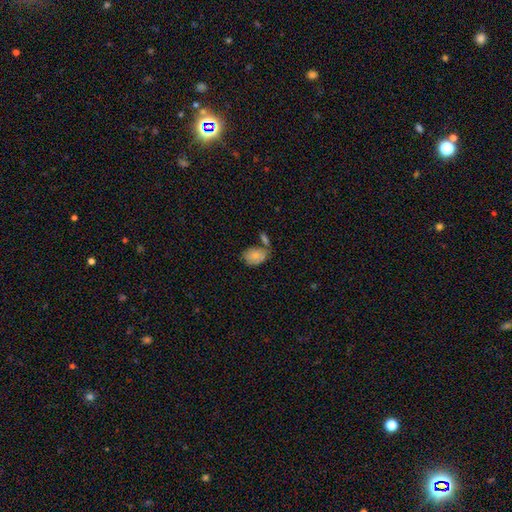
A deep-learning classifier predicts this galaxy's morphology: A smooth galaxy with no disk features (76%) that is in between round and cigar-shaped (83%).

Vote fractions:
- Smooth or featured? smooth: 76% / featured or disk: 16% / star or artifact: 8%
- How rounded? in between: 83% / round: 15% / cigar-shaped: 1%
- Merging? none: 46% / minor disturbance: 23% / merger: 23% / major disturbance: 8%